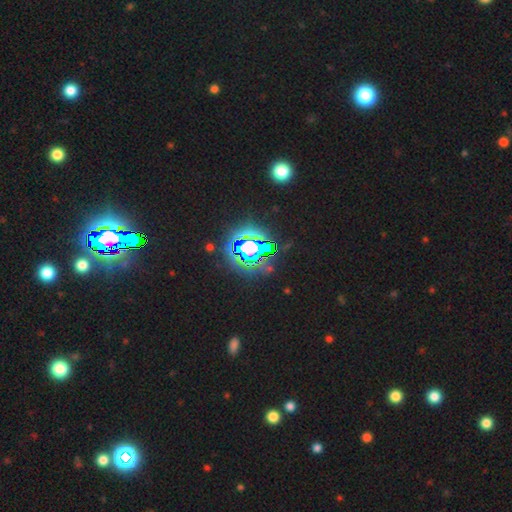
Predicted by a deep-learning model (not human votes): Overall: star or artifact (81%).